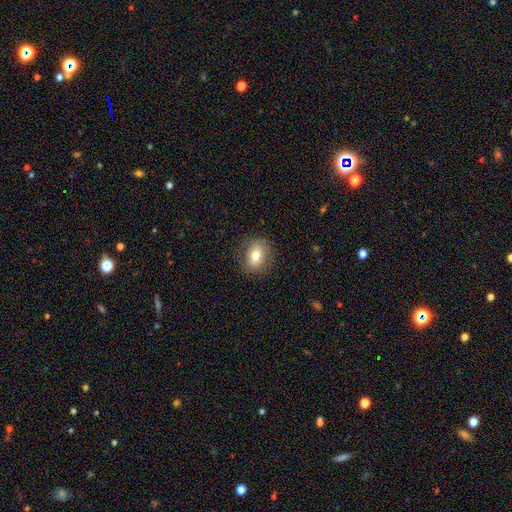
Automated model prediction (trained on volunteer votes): smooth 74%, featured or disk 17%, star or artifact 9%. Down the decision tree: how rounded — in between (56%); merging — none (83%).